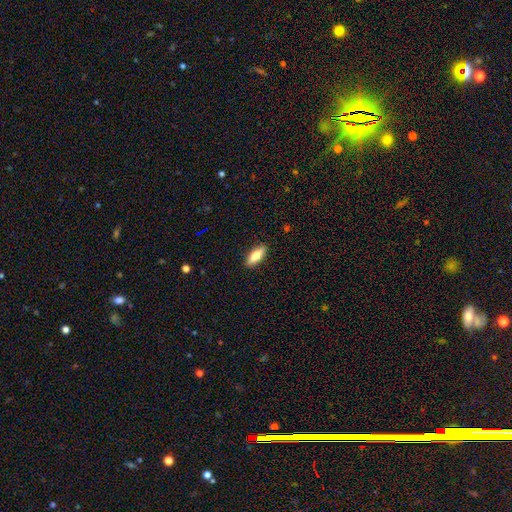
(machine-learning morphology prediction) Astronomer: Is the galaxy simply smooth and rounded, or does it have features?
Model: smooth — 75%.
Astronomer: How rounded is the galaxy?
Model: in between — 63%.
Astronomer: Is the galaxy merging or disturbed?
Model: none — 89%.